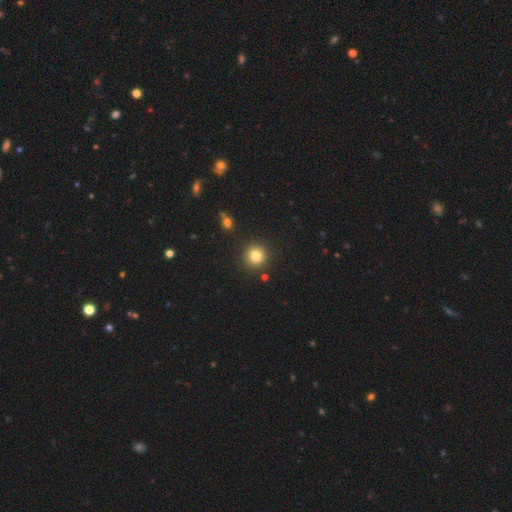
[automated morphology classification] This is clearly a smooth galaxy (81%). How rounded: clearly round (94%). Merging: clearly none (90%).